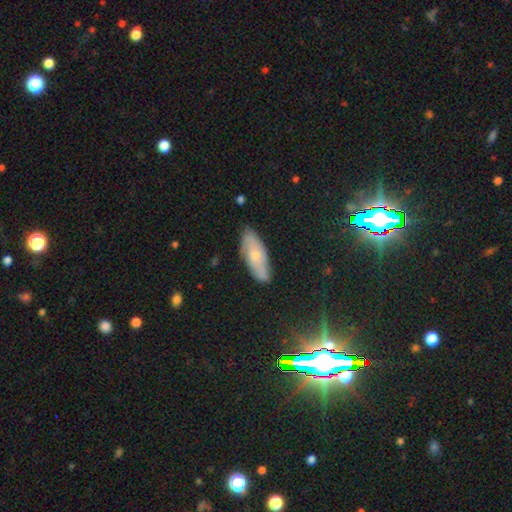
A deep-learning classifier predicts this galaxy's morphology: Smooth or featured?
  - smooth: 48% *
  - featured or disk: 42%
  - star or artifact: 10%
Merging?
  - none: 81% *
  - minor disturbance: 15%
  - major disturbance: 3%
  - merger: 2%